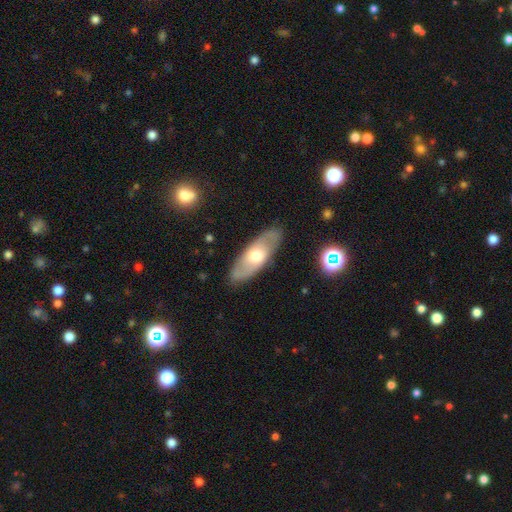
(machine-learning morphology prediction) The model was most divided on "smooth or featured": featured or disk: 51%, smooth: 44%, star or artifact: 5%. More confident: merging — none (85%); edge-on disk — no (74%).